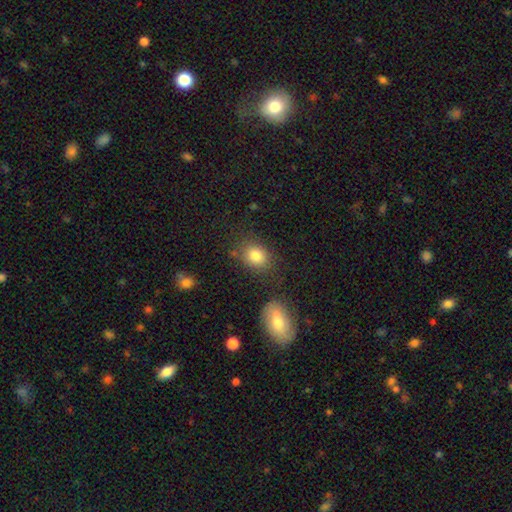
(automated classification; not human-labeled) smooth 82%, star or artifact 10%, featured or disk 7%. Down the decision tree: how rounded — in between (53%); merging — none (75%).